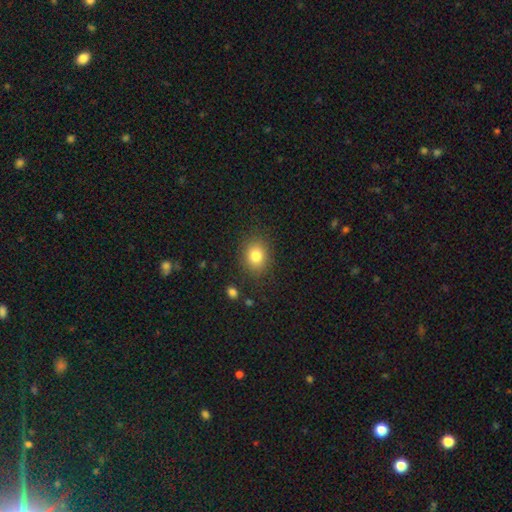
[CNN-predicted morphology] Q: Smooth or featured?
A: smooth (81%); runner-up: star or artifact (11%)
Q: How rounded?
A: round (62%); runner-up: in between (37%)
Q: Merging?
A: none (85%); runner-up: minor disturbance (10%)